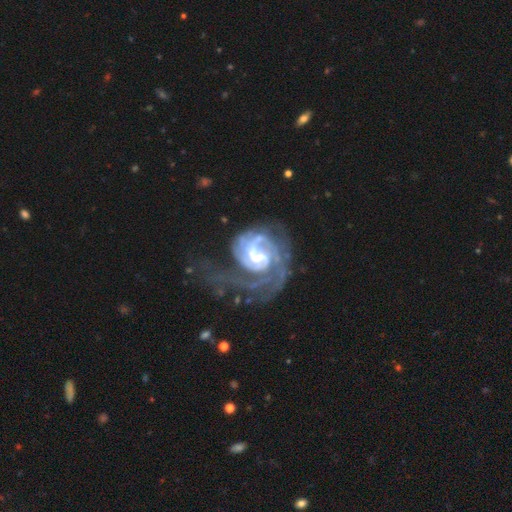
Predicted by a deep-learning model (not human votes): featured or disk 89%, star or artifact 6%, smooth 5%. Down the decision tree: edge-on disk — no (98%); bar — weak (43%); spiral arms — yes (97%); spiral arm count — 2 (38%); spiral winding — tight (58%); bulge size — moderate (40%); merging — none (40%).